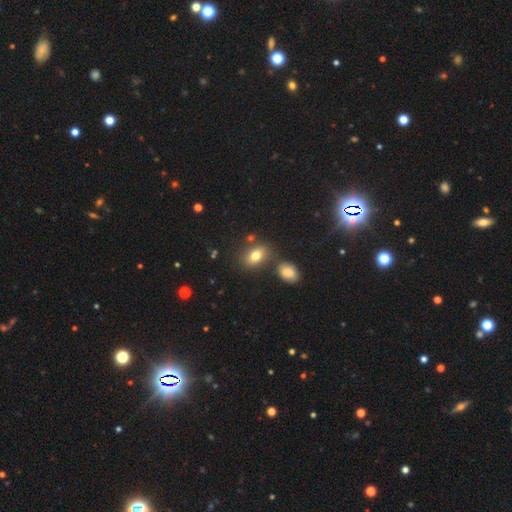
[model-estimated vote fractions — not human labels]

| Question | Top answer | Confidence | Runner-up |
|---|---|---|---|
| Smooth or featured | smooth | 78% | featured or disk (11%) |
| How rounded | in between | 78% | round (20%) |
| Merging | none | 69% | merger (15%) |